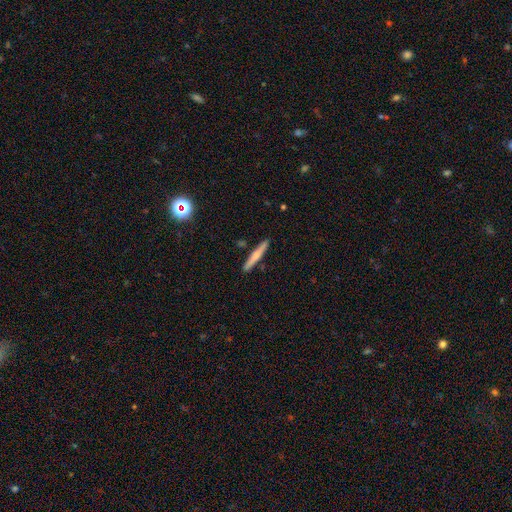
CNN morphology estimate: Smooth or featured? Predicted: smooth (p=0.59). How rounded? Predicted: cigar-shaped (p=0.95). Merging? Predicted: none (p=0.88).